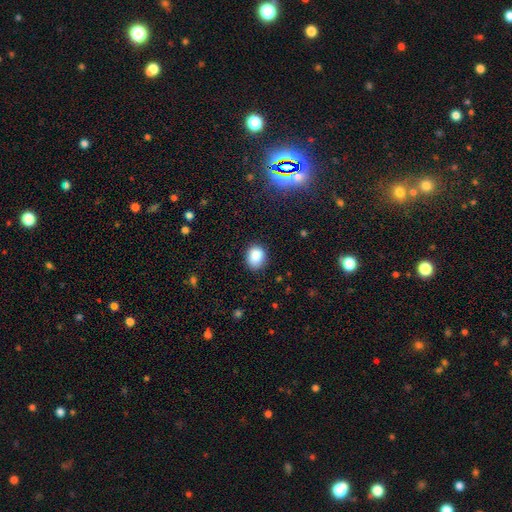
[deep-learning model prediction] smooth_or_featured: smooth (p=0.86) [alt: star or artifact p=0.10]
how_rounded: round (p=0.59) [alt: in between p=0.40]
merging: none (p=0.81) [alt: minor disturbance p=0.15]